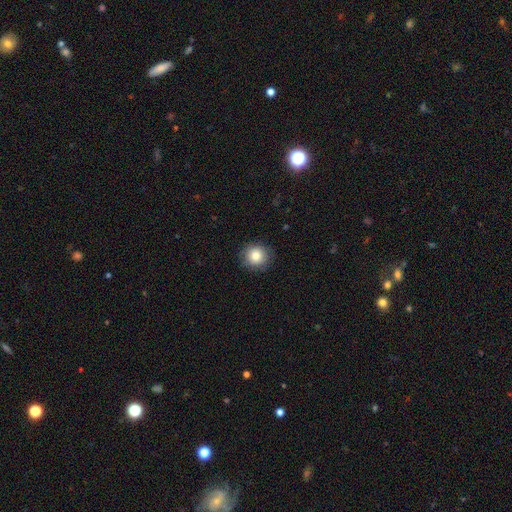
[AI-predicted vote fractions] Overall: smooth (83%). How rounded: round (93%). Merging: none (89%).